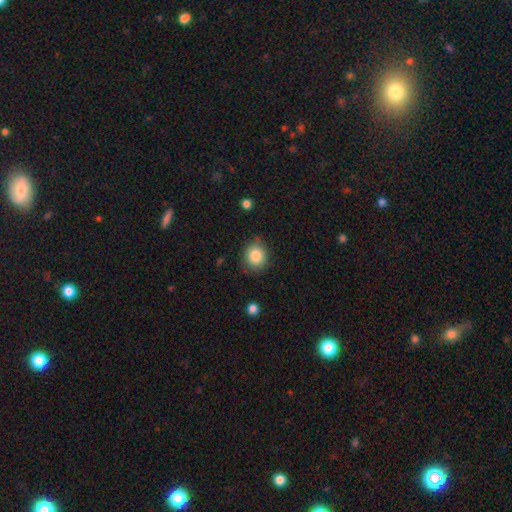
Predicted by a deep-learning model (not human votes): Q: Smooth or featured?
A: smooth (85%); runner-up: star or artifact (9%)
Q: How rounded?
A: round (80%); runner-up: in between (19%)
Q: Merging?
A: none (81%); runner-up: minor disturbance (13%)